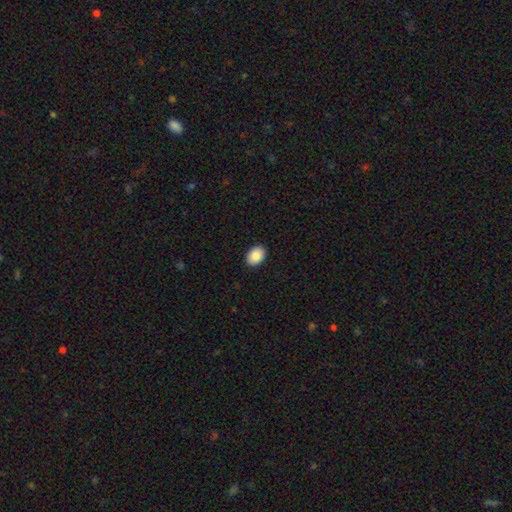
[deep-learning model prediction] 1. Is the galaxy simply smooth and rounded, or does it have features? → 87% smooth, 7% star or artifact, 5% featured or disk.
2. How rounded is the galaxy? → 77% in between, 22% round, 1% cigar-shaped.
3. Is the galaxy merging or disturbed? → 91% none, 6% minor disturbance, 2% major disturbance, 1% merger.